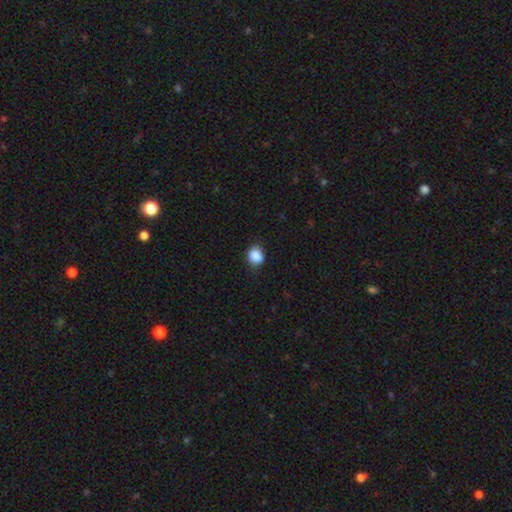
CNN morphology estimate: Smooth or featured? smooth (87%)
How rounded? round (64%)
Merging? none (77%)